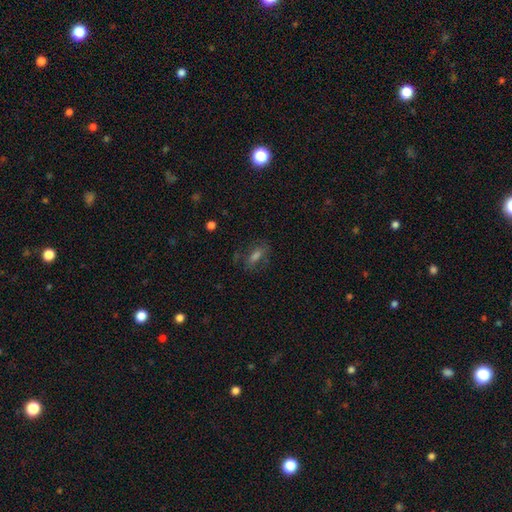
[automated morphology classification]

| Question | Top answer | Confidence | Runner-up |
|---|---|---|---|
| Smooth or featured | smooth | 47% | featured or disk (29%) |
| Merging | none | 69% | minor disturbance (17%) |